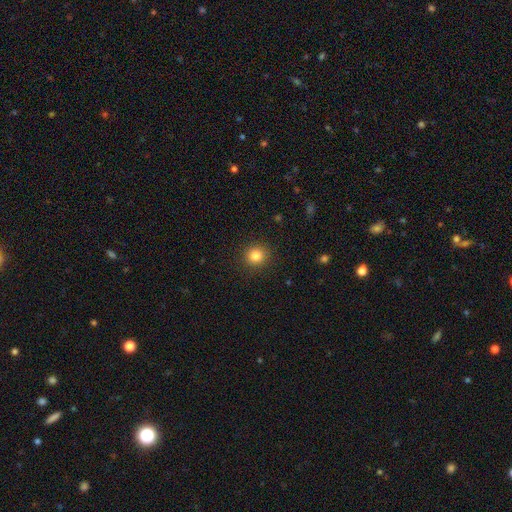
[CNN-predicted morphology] The model was most divided on "smooth or featured": smooth: 83%, star or artifact: 12%, featured or disk: 5%. More confident: merging — none (91%); how rounded — round (90%).